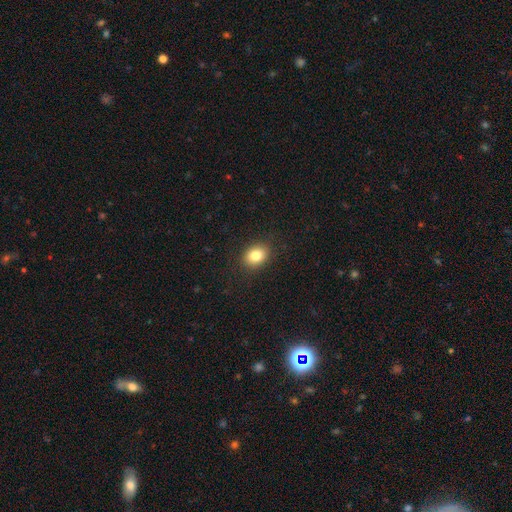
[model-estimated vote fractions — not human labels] Q: Smooth or featured?
A: smooth (83%); runner-up: star or artifact (10%)
Q: How rounded?
A: in between (62%); runner-up: round (37%)
Q: Merging?
A: none (88%); runner-up: minor disturbance (9%)